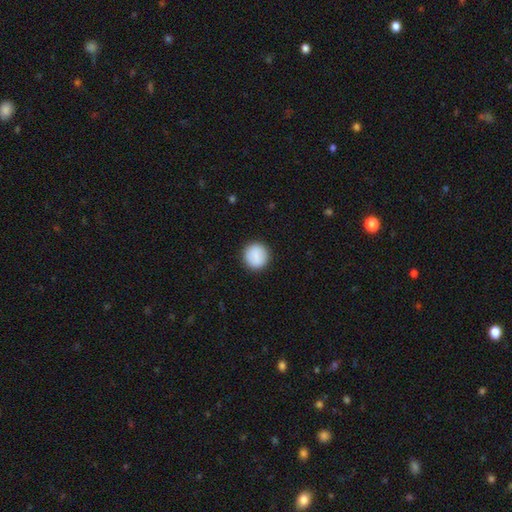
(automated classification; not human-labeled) Smooth or featured: smooth — 86% (featured or disk — 7%)
How rounded: round — 93% (in between — 6%)
Merging: none — 91% (minor disturbance — 6%)